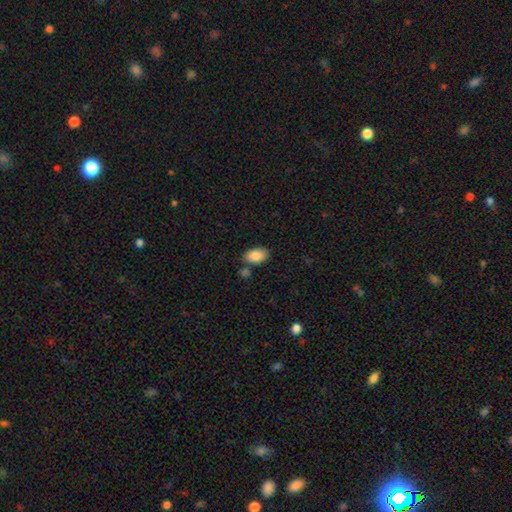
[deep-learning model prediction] Smooth or featured: smooth — 87% (star or artifact — 7%)
How rounded: in between — 91% (round — 7%)
Merging: none — 76% (minor disturbance — 12%)